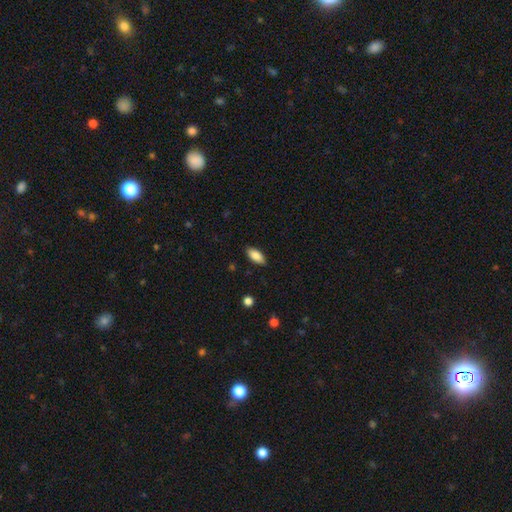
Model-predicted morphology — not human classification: smooth_or_featured: smooth (p=0.86) [alt: featured or disk p=0.07]
how_rounded: in between (p=0.88) [alt: cigar-shaped p=0.10]
merging: none (p=0.87) [alt: minor disturbance p=0.10]